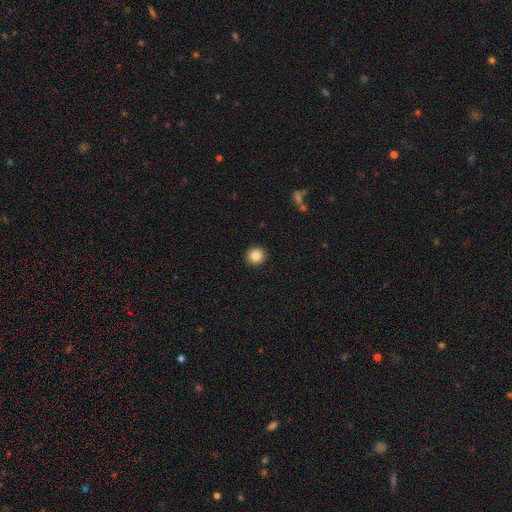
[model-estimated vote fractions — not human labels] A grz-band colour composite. It shows a smooth galaxy with no disk features (84%) that is round (93%). Merging: none (93%).